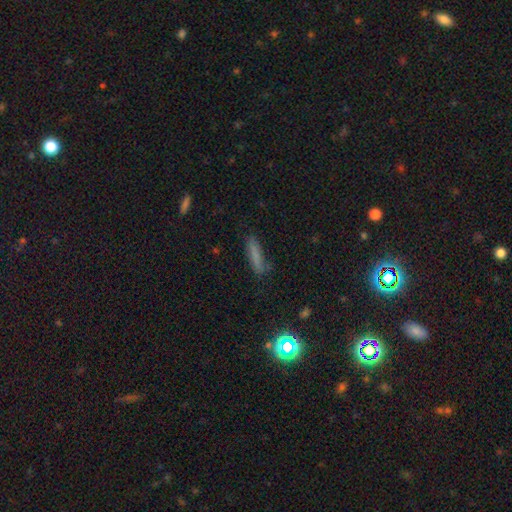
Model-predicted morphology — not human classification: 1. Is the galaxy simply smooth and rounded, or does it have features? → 74% smooth, 14% featured or disk, 13% star or artifact.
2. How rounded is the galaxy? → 79% cigar-shaped, 19% in between, 2% round.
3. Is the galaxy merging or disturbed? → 71% none, 21% minor disturbance, 6% major disturbance, 3% merger.